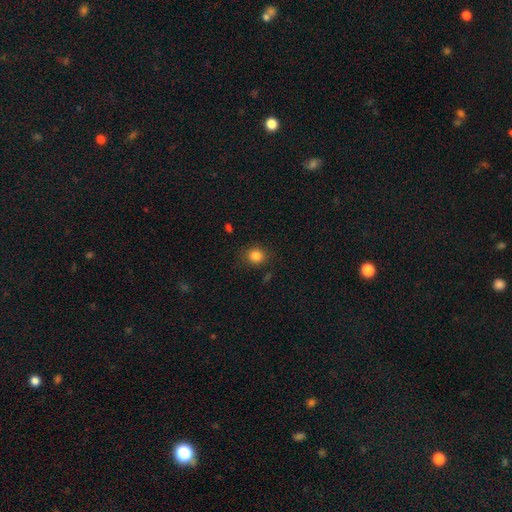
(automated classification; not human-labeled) A smooth galaxy with no disk features (84%) that is round (81%).

Vote fractions:
- Smooth or featured? smooth: 84% / star or artifact: 12% / featured or disk: 5%
- How rounded? round: 81% / in between: 19% / cigar-shaped: 1%
- Merging? none: 86% / minor disturbance: 10% / major disturbance: 3% / merger: 2%